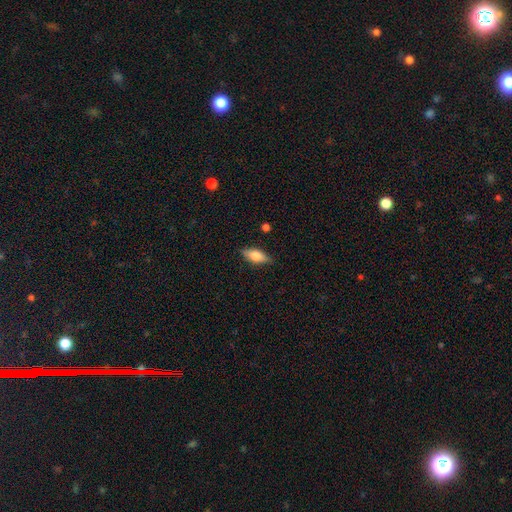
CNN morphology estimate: Smooth or featured: smooth — 66% (featured or disk — 27%)
How rounded: in between — 78% (cigar-shaped — 18%)
Merging: none — 82% (minor disturbance — 14%)